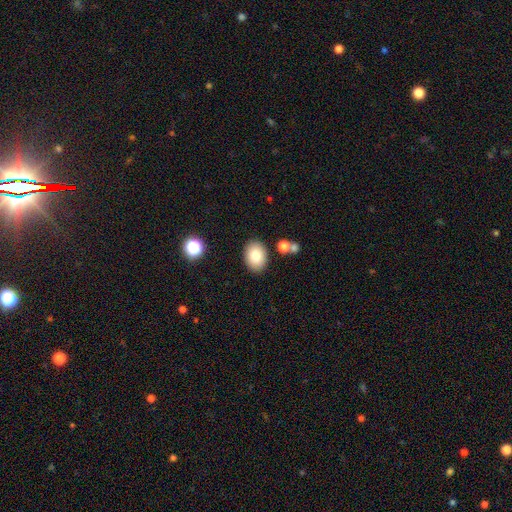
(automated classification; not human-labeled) Morphology: type=smooth (80%); roundness=in between (74%); merging=none (86%).